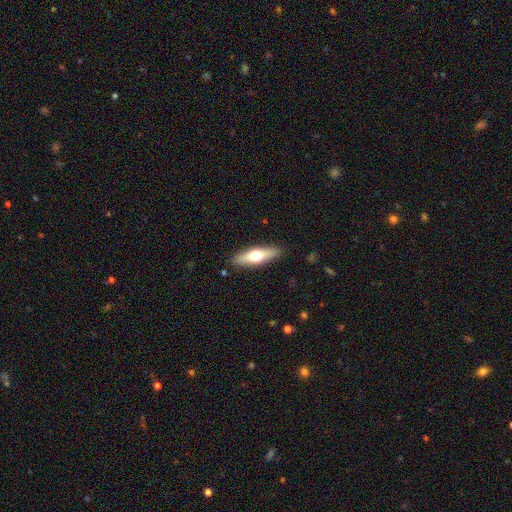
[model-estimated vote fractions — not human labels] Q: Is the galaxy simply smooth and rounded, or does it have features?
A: smooth — 54%.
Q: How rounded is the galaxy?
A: cigar-shaped — 56%.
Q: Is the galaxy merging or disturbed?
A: none — 89%.